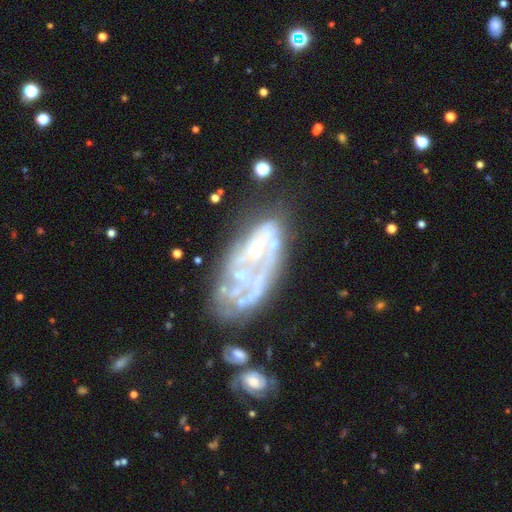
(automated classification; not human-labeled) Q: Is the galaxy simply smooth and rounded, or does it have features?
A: featured or disk — 72%.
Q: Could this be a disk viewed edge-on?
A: no — 91%.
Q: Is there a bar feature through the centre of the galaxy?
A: no — 77%.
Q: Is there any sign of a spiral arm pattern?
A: no — 56%.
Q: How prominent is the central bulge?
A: none — 51%.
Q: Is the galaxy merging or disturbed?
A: none — 44%.